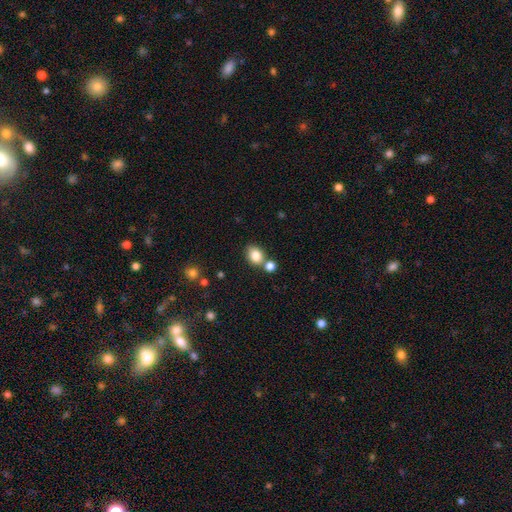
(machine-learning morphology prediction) A smooth galaxy with no disk features (83%) that is in between round and cigar-shaped (59%).

Vote fractions:
- Smooth or featured? smooth: 83% / star or artifact: 10% / featured or disk: 7%
- How rounded? in between: 59% / round: 40% / cigar-shaped: 1%
- Merging? none: 60% / merger: 23% / minor disturbance: 13% / major disturbance: 4%